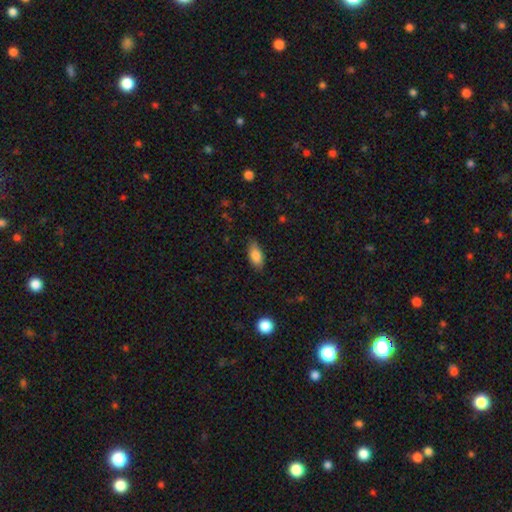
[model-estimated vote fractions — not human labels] smooth 84%, featured or disk 9%, star or artifact 7%. Down the decision tree: how rounded — in between (89%); merging — none (83%).